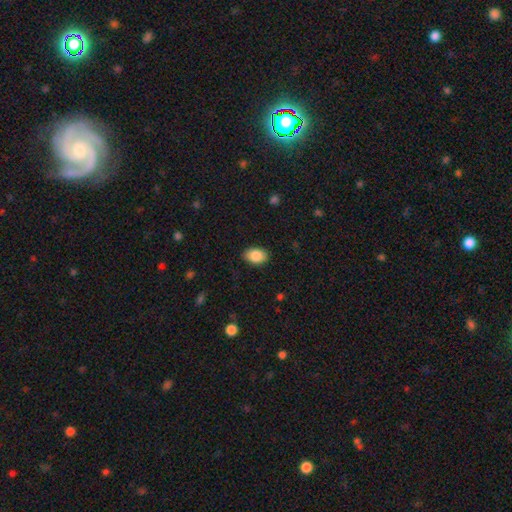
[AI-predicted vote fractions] Smooth or featured?
  - smooth: 88% *
  - star or artifact: 7%
  - featured or disk: 5%
How rounded?
  - in between: 86% *
  - round: 13%
  - cigar-shaped: 1%
Merging?
  - none: 88% *
  - minor disturbance: 9%
  - major disturbance: 2%
  - merger: 1%